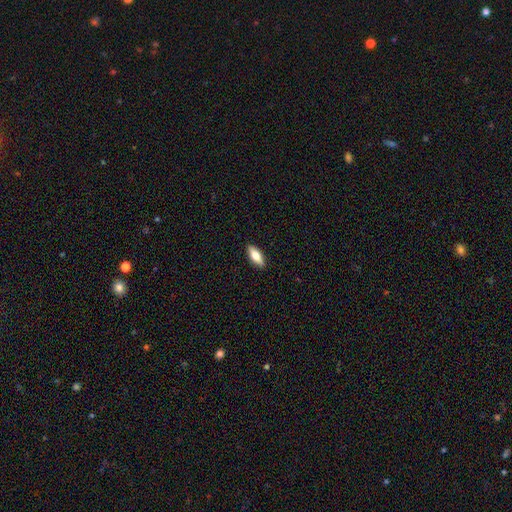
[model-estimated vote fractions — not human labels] Smooth or featured: smooth — 73% (featured or disk — 21%)
How rounded: in between — 72% (cigar-shaped — 25%)
Merging: none — 90% (minor disturbance — 8%)